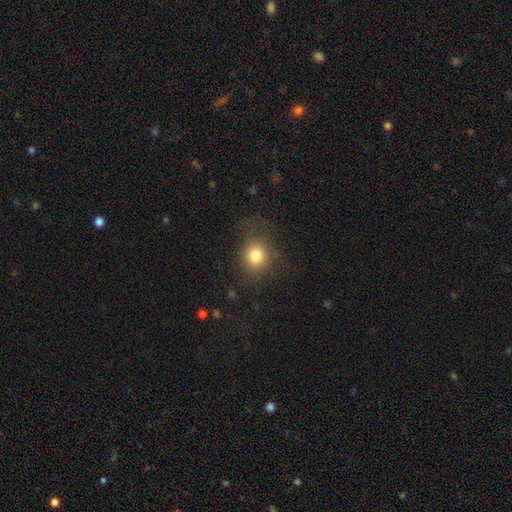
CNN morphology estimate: Smooth or featured? Predicted: smooth (p=0.80). How rounded? Predicted: round (p=0.78). Merging? Predicted: none (p=0.73).